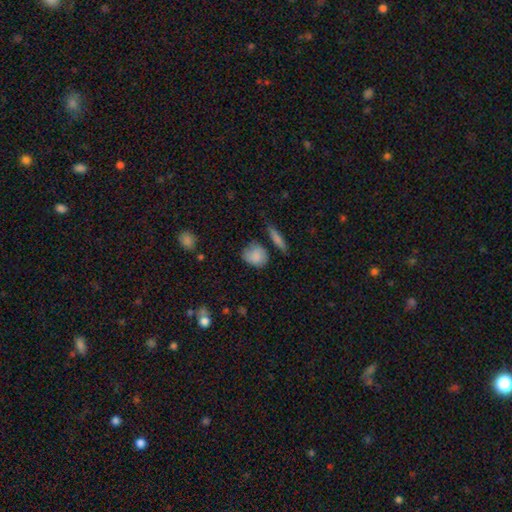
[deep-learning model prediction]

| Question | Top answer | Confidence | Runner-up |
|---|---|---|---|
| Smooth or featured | smooth | 83% | featured or disk (10%) |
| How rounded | round | 56% | in between (41%) |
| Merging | none | 60% | minor disturbance (26%) |